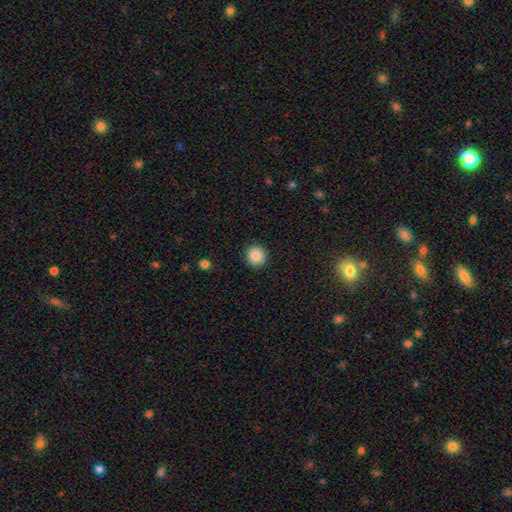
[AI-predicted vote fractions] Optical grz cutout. It shows a smooth galaxy with no disk features (88%) that is round (93%). Merging: none (92%).